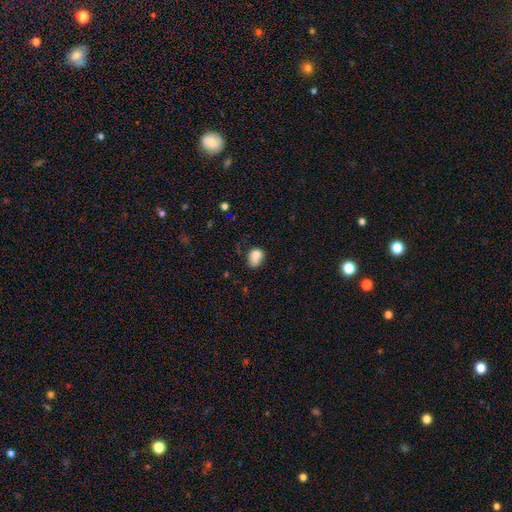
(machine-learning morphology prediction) A smooth galaxy with no disk features (78%) that is in between round and cigar-shaped (65%).

Vote fractions:
- Smooth or featured? smooth: 78% / featured or disk: 12% / star or artifact: 10%
- How rounded? in between: 65% / round: 34% / cigar-shaped: 1%
- Merging? none: 41% / minor disturbance: 30% / merger: 16% / major disturbance: 13%